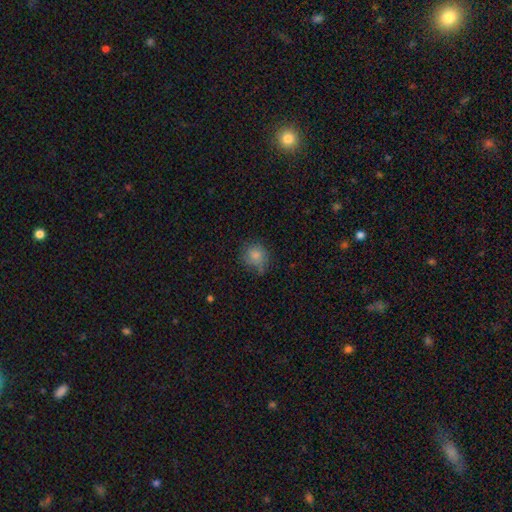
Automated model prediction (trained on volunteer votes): The model was most divided on "merging": none: 64%, minor disturbance: 25%, major disturbance: 7%, merger: 4%. More confident: how rounded — round (84%); smooth or featured — smooth (81%).